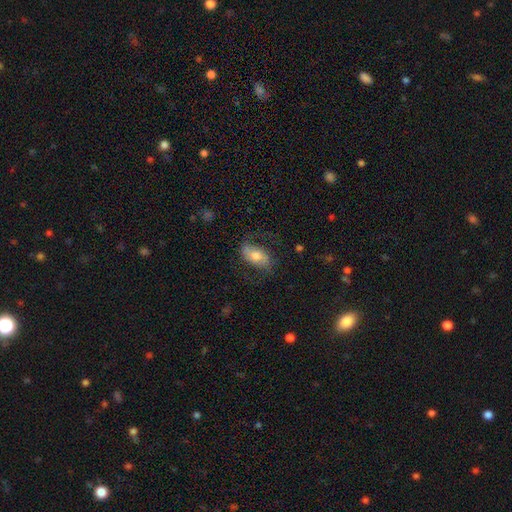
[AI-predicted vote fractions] This appears to be a smooth galaxy with no disk features (49%). Merging: none (68%).